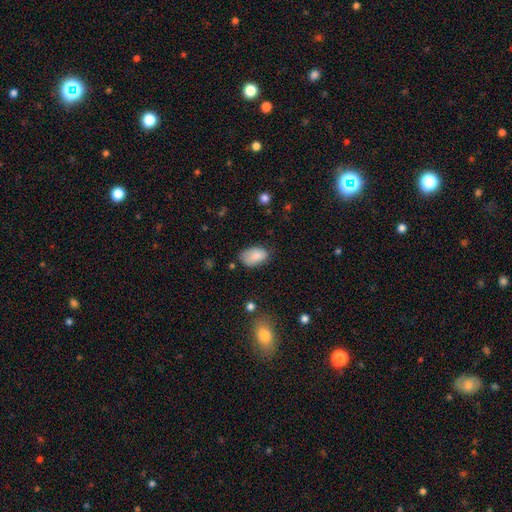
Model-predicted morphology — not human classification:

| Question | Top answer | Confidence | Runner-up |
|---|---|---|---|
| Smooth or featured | smooth | 83% | featured or disk (10%) |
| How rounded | in between | 92% | round (7%) |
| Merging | none | 63% | minor disturbance (28%) |